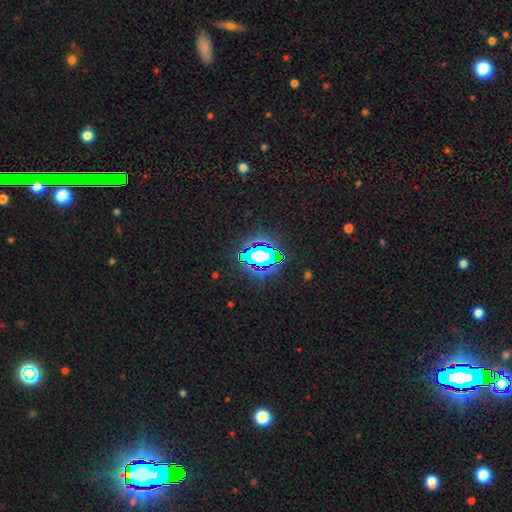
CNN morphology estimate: Smooth or featured?
  - star or artifact: 81% *
  - smooth: 12%
  - featured or disk: 7%